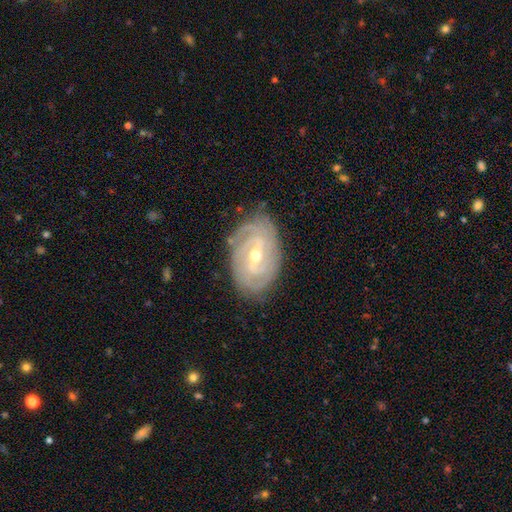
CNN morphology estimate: A featured or disk galaxy (89%) with a weak bar (48%), 3 (29%) tight (76%) spiral arms (97%) and a small central bulge (49%, tied with moderate). Merging: none (80%).